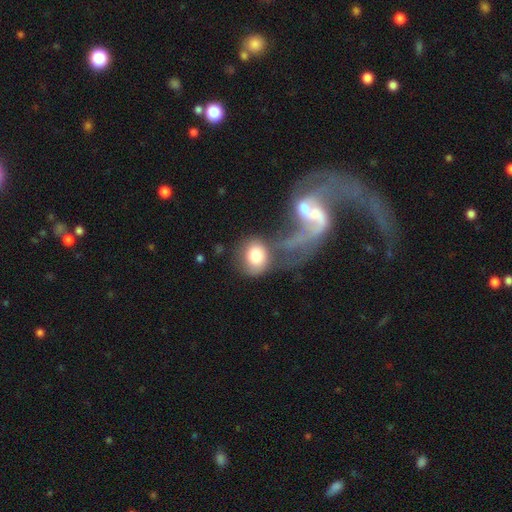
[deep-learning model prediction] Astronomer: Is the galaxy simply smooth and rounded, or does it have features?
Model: smooth — 74%.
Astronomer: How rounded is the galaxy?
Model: round — 63%.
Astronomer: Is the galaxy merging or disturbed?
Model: none — 35%, tied with merger at 35%.